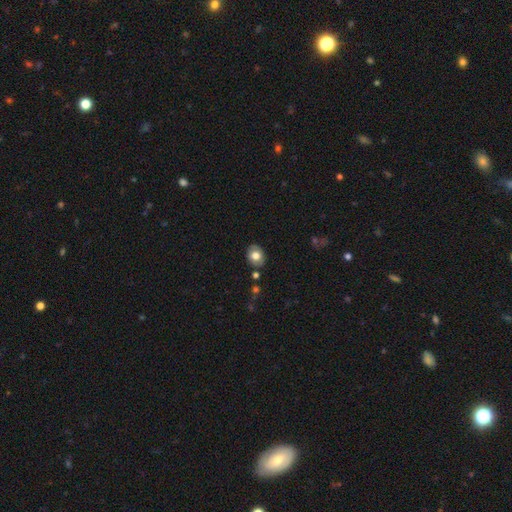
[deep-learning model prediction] smooth 70%, featured or disk 21%, star or artifact 8%. Down the decision tree: how rounded — in between (57%); merging — none (82%).